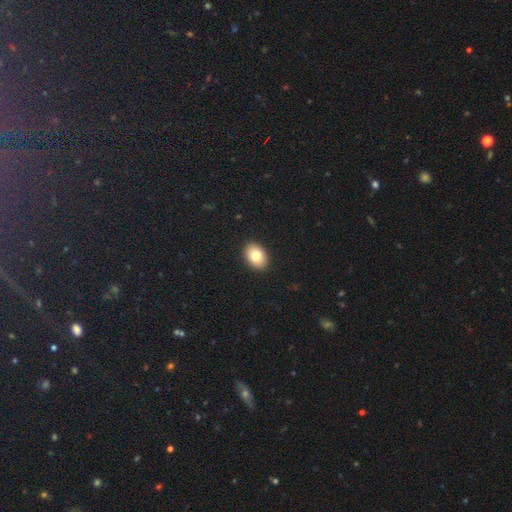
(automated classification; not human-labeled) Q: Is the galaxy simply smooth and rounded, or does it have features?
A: smooth — 81%.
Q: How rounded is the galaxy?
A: in between — 80%.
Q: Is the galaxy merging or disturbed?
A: none — 91%.